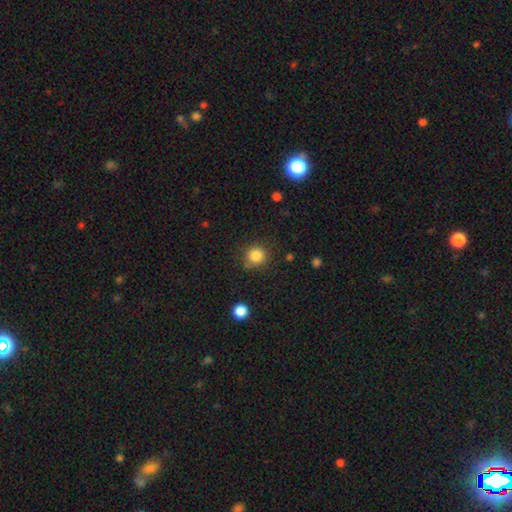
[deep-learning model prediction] smooth 85%, star or artifact 11%, featured or disk 4%. Down the decision tree: how rounded — round (91%); merging — none (84%).